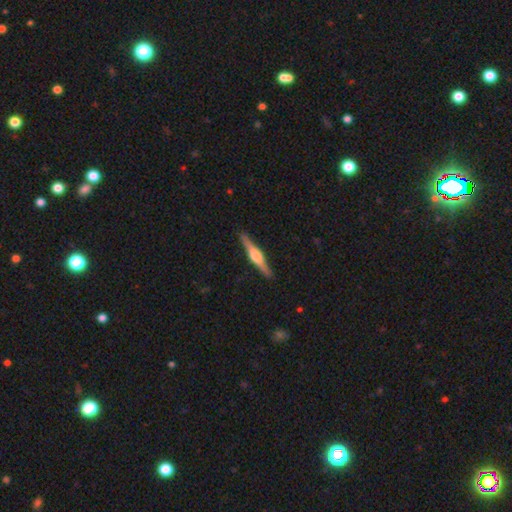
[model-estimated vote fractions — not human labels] Q: Smooth or featured?
A: featured or disk (78%); runner-up: smooth (17%)
Q: Edge-on disk?
A: yes (98%); runner-up: no (2%)
Q: Edge-on bulge?
A: rounded (85%); runner-up: boxy (12%)
Q: Merging?
A: none (91%); runner-up: minor disturbance (6%)